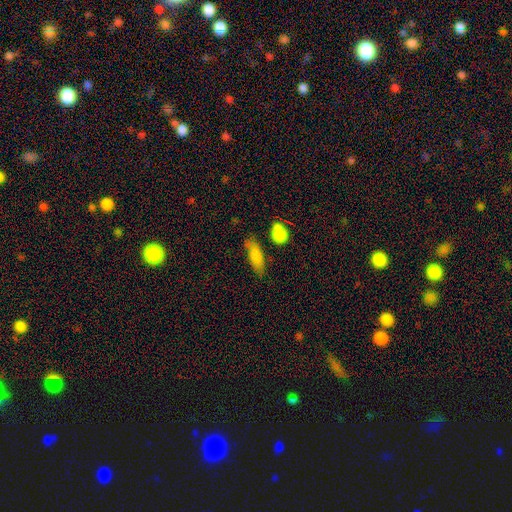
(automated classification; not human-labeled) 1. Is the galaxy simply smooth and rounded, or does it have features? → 81% smooth, 12% featured or disk, 7% star or artifact.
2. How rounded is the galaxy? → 57% in between, 39% cigar-shaped, 4% round.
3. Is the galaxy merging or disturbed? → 68% none, 21% minor disturbance, 6% merger, 6% major disturbance.